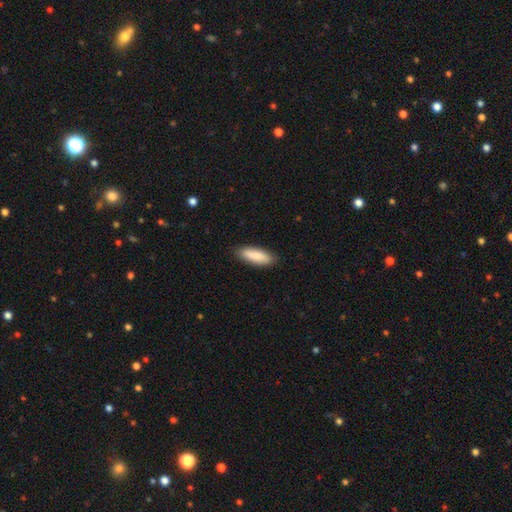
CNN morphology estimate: Overall: smooth (87%). How rounded: in between (54%; cigar-shaped 45%). Merging: none (88%).